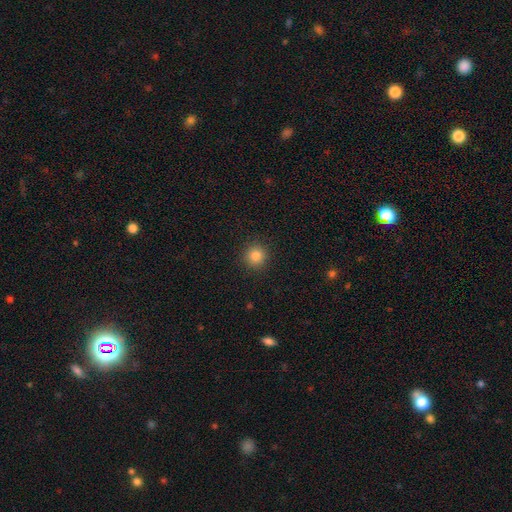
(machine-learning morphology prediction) The model was most divided on "smooth or featured": smooth: 85%, star or artifact: 11%, featured or disk: 4%. More confident: how rounded — round (94%); merging — none (92%).